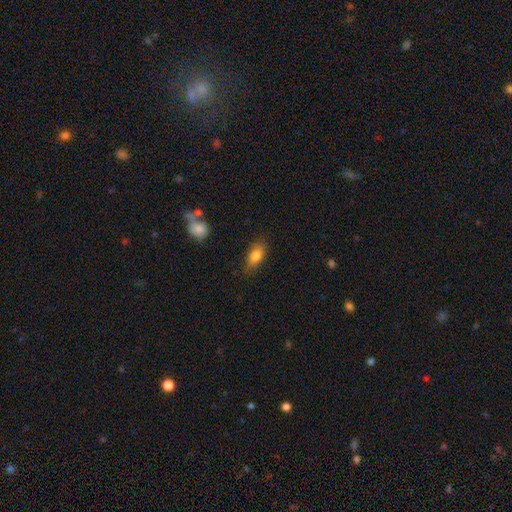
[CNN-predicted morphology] This is clearly a smooth galaxy (80%). How rounded: clearly in between (83%). Merging: likely none (79%).